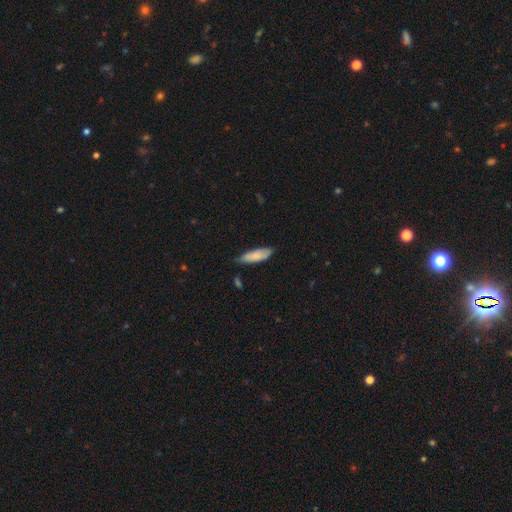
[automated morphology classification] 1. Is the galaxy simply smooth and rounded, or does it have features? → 80% smooth, 14% featured or disk, 6% star or artifact.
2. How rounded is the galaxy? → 51% in between, 48% cigar-shaped, 2% round.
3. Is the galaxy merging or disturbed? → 69% none, 26% minor disturbance, 3% major disturbance, 2% merger.